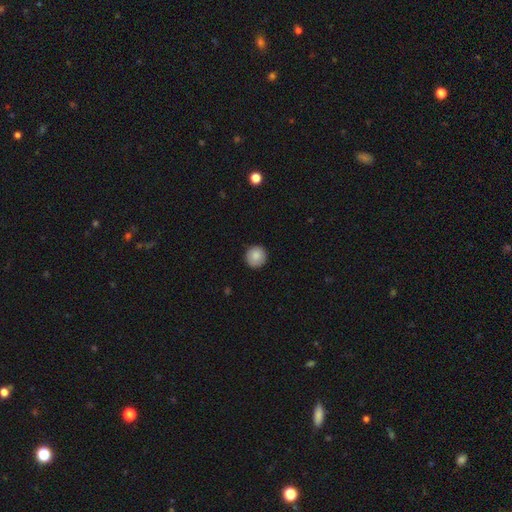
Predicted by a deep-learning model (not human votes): Morphology: type=smooth (86%); roundness=round (94%); merging=none (90%).